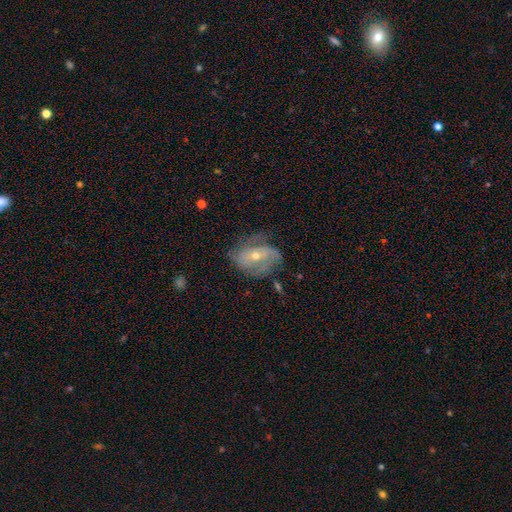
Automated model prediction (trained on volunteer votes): Morphology: type=featured or disk (72%); edge-on=no (96%); bar=no (53%); spiral arms=yes (81%); winding=medium (38%, tied with tight); arm count=2 (39%); bulge=small (51%); merging=none (53%).